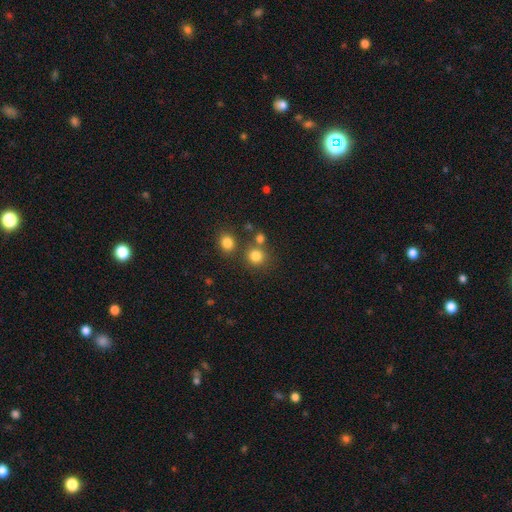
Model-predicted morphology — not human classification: Overall: smooth (80%). How rounded: round (89%). Merging: none (71%).